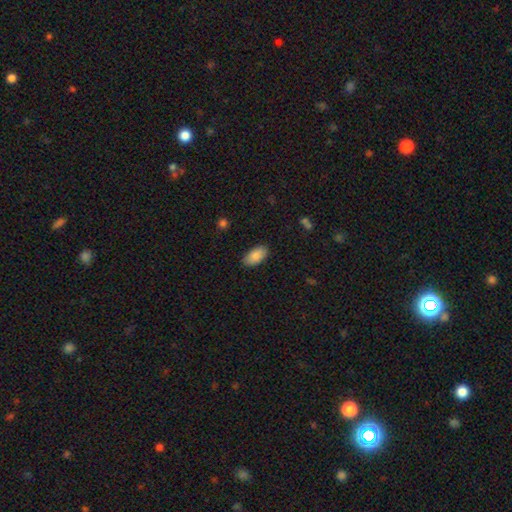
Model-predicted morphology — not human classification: Smooth or featured: smooth — 87% (star or artifact — 6%)
How rounded: in between — 95% (cigar-shaped — 3%)
Merging: none — 87% (minor disturbance — 9%)